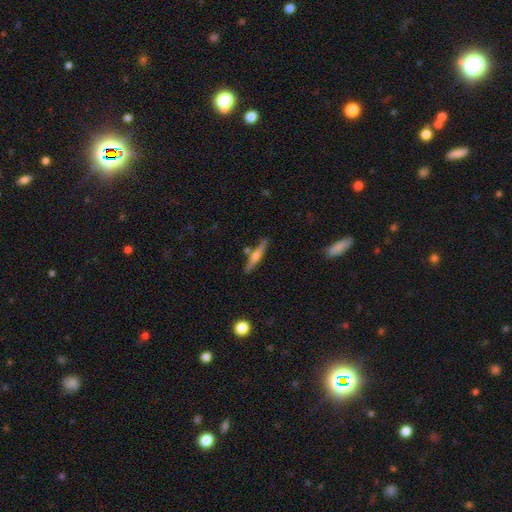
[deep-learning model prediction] A featured or disk galaxy (48%).

Vote fractions:
- Smooth or featured? featured or disk: 48% / smooth: 46% / star or artifact: 6%
- Merging? none: 80% / minor disturbance: 11% / merger: 7% / major disturbance: 2%